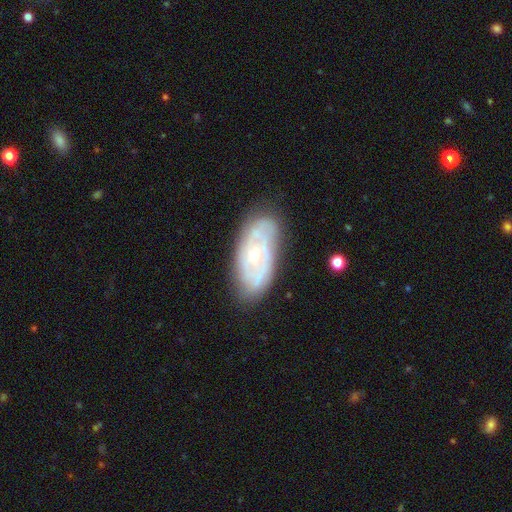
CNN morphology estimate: A featured or disk galaxy (75%) with no bar (80%), tight (66%) spiral arms (76%) and a small central bulge (51%).

Vote fractions:
- Smooth or featured? featured or disk: 75% / smooth: 19% / star or artifact: 6%
- Edge-on disk? no: 92% / yes: 8%
- Bar? no: 80% / weak: 16% / strong: 4%
- Spiral arms? yes: 76% / no: 24%
- Spiral winding? tight: 66% / medium: 26% / loose: 8%
- Spiral arm count? can't tell: 51% / 2: 26% / 3: 11% / 4: 5% / 1: 4% / more than 4: 3%
- Bulge size? small: 51% / moderate: 45% / large: 2% / none: 1% / dominant: 1%
- Merging? none: 74% / minor disturbance: 19% / major disturbance: 5% / merger: 2%